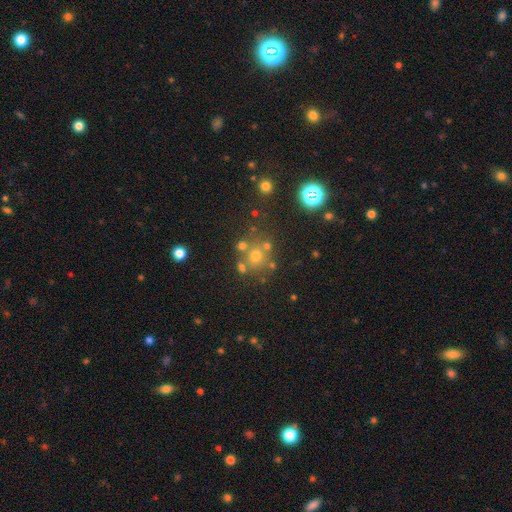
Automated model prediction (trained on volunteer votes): Smooth or featured?
  - smooth: 58% *
  - star or artifact: 27%
  - featured or disk: 14%
How rounded?
  - round: 88% *
  - in between: 11%
  - cigar-shaped: 1%
Merging?
  - none: 67% *
  - merger: 18%
  - minor disturbance: 10%
  - major disturbance: 5%